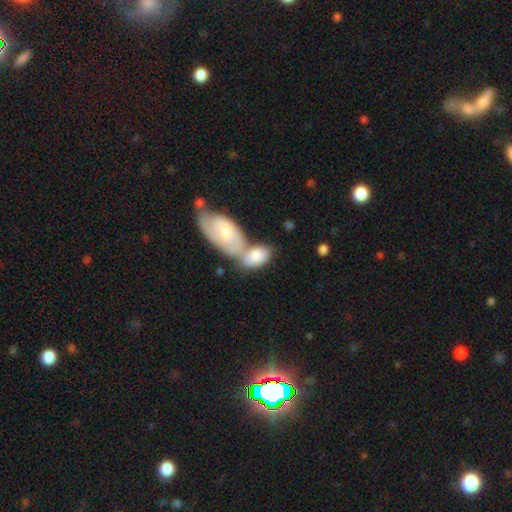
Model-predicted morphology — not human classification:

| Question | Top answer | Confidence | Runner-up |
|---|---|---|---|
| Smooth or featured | smooth | 75% | featured or disk (20%) |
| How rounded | in between | 91% | round (6%) |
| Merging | merger | 57% | none (26%) |